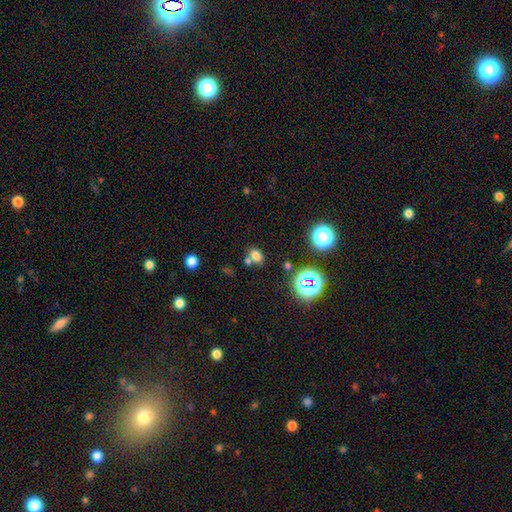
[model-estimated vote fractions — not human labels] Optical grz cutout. It shows a smooth galaxy with no disk features (71%) that is in between round and cigar-shaped (69%). Merging: none (58%).